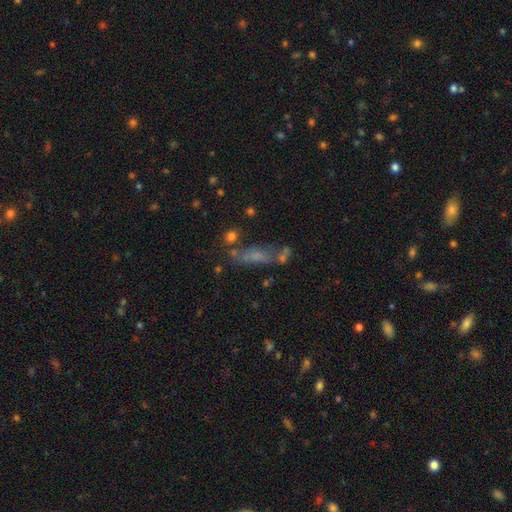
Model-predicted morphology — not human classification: A smooth galaxy with no disk features (50%).

Vote fractions:
- Smooth or featured? smooth: 50% / featured or disk: 31% / star or artifact: 19%
- Merging? none: 48% / merger: 20% / minor disturbance: 18% / major disturbance: 13%